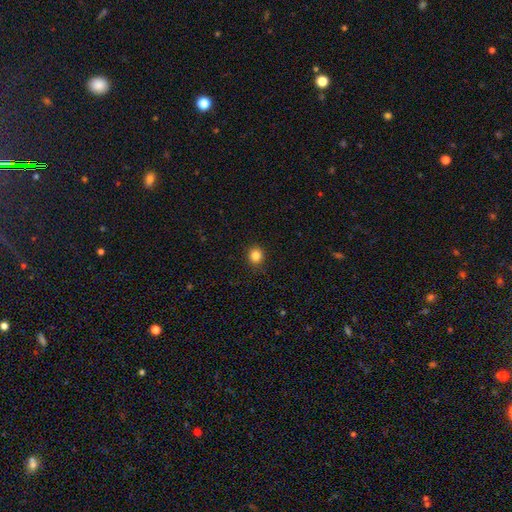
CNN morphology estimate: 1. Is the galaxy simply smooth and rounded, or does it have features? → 85% smooth, 11% star or artifact, 4% featured or disk.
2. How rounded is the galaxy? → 86% round, 13% in between, 1% cigar-shaped.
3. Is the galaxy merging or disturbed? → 91% none, 6% minor disturbance, 2% major disturbance, 1% merger.